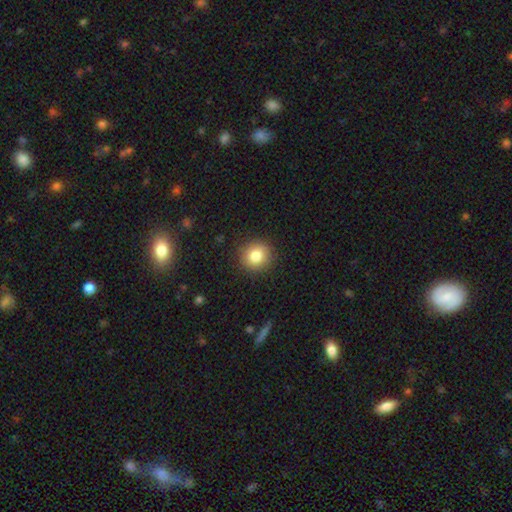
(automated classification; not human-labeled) Q: Smooth or featured?
A: smooth (83%); runner-up: star or artifact (10%)
Q: How rounded?
A: round (88%); runner-up: in between (11%)
Q: Merging?
A: none (89%); runner-up: minor disturbance (7%)